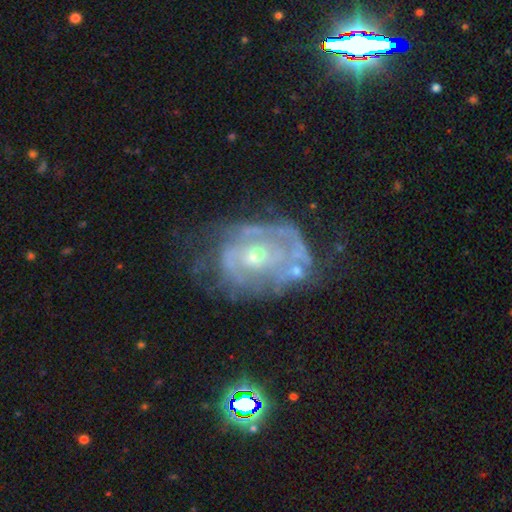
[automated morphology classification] smooth-or-featured: featured or disk: 80% | smooth: 12% | star or artifact: 9%
  disk-edge-on: no: 97% | yes: 3%
    bar: no: 65% | weak: 28% | strong: 7%
    has-spiral-arms: yes: 72% | no: 28%
      spiral-winding: tight: 55% | medium: 32% | loose: 13%
      spiral-arm-count: can't tell: 48% | 2: 27% | 3: 10% | 1: 7% | 4: 4% | more than 4: 3%
    bulge-size: small: 52% | moderate: 43% | none: 2% | large: 2% | dominant: 1%
  merging: none: 45% | minor disturbance: 26% | major disturbance: 22% | merger: 7%